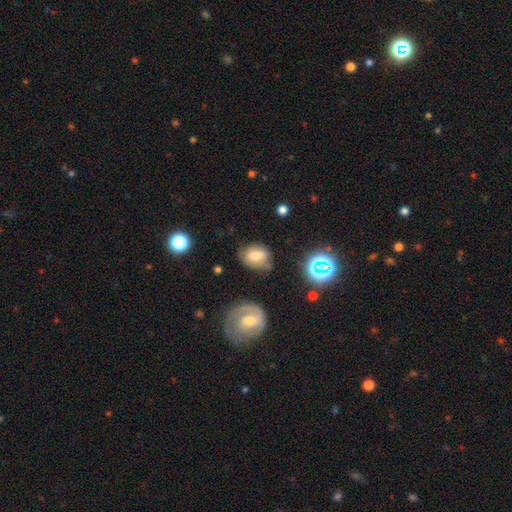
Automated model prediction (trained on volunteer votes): The model was most divided on "how rounded": in between: 56%, round: 43%, cigar-shaped: 1%. More confident: smooth or featured — smooth (63%); merging — none (57%).